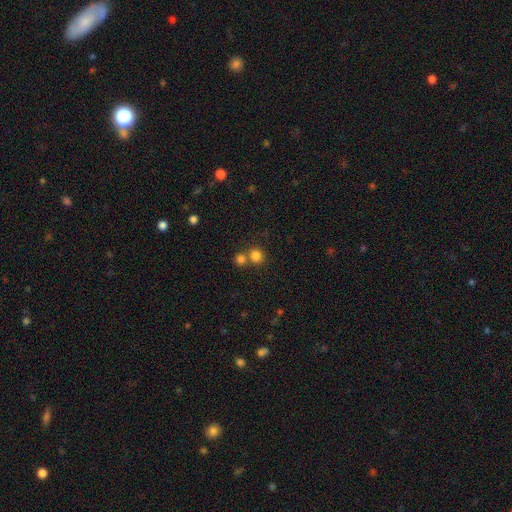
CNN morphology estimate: A smooth galaxy with no disk features (80%) that is round (90%).

Vote fractions:
- Smooth or featured? smooth: 80% / star or artifact: 13% / featured or disk: 6%
- How rounded? round: 90% / in between: 9% / cigar-shaped: 1%
- Merging? none: 59% / merger: 33% / minor disturbance: 6% / major disturbance: 3%